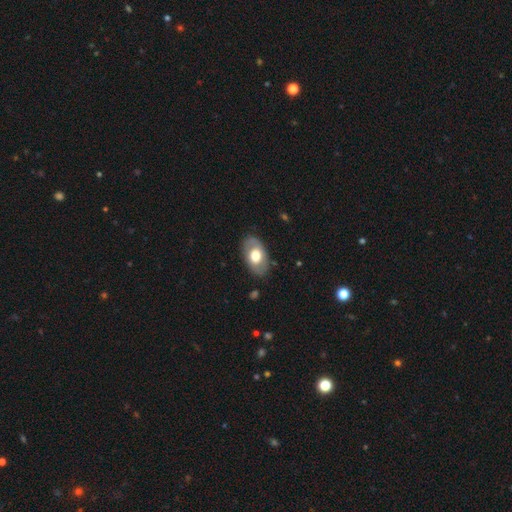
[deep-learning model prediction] A smooth galaxy with no disk features (57%) that is in between round and cigar-shaped (89%).

Vote fractions:
- Smooth or featured? smooth: 57% / featured or disk: 37% / star or artifact: 6%
- How rounded? in between: 89% / round: 10% / cigar-shaped: 1%
- Merging? none: 79% / minor disturbance: 15% / major disturbance: 4% / merger: 1%